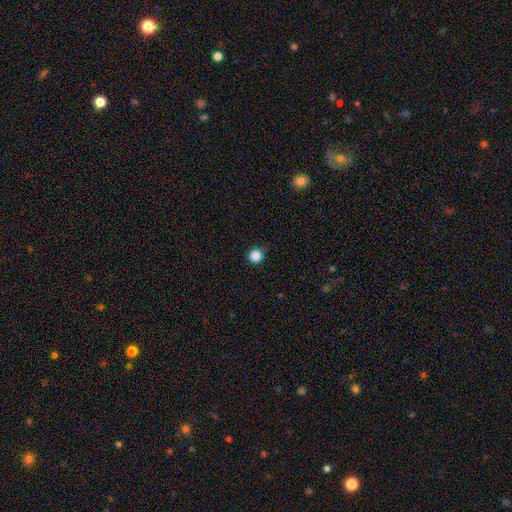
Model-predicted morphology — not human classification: Q: Smooth or featured?
A: smooth (86%); runner-up: star or artifact (11%)
Q: How rounded?
A: round (95%); runner-up: in between (4%)
Q: Merging?
A: none (88%); runner-up: minor disturbance (9%)